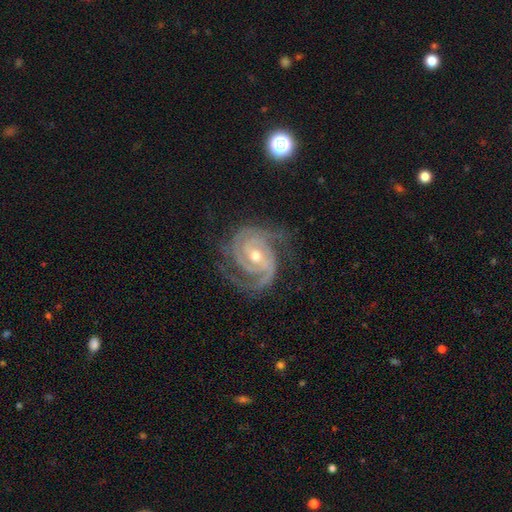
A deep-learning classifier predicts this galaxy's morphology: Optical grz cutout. It shows a featured or disk galaxy (93%) with a weak bar (43%), 3 (40%) tight (64%) spiral arms (99%) and a moderate central bulge (62%). Merging: none (72%).